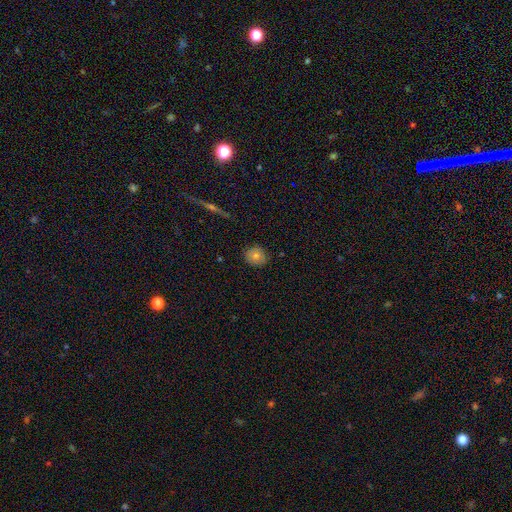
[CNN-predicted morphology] Smooth or featured? Predicted: smooth (p=0.71). How rounded? Predicted: round (p=0.82). Merging? Predicted: none (p=0.85).